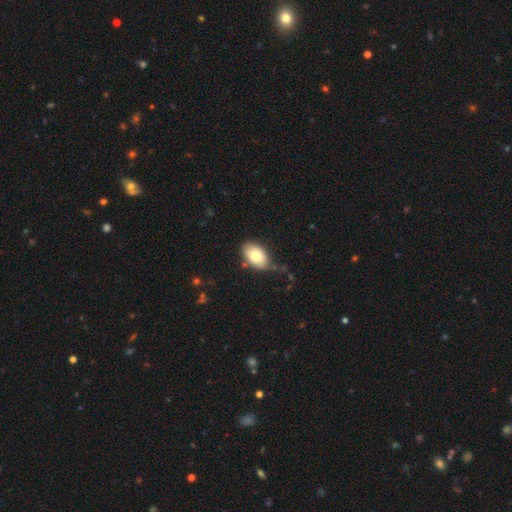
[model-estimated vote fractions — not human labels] Smooth or featured: smooth — 79% (featured or disk — 14%)
How rounded: in between — 91% (round — 7%)
Merging: none — 71% (minor disturbance — 21%)